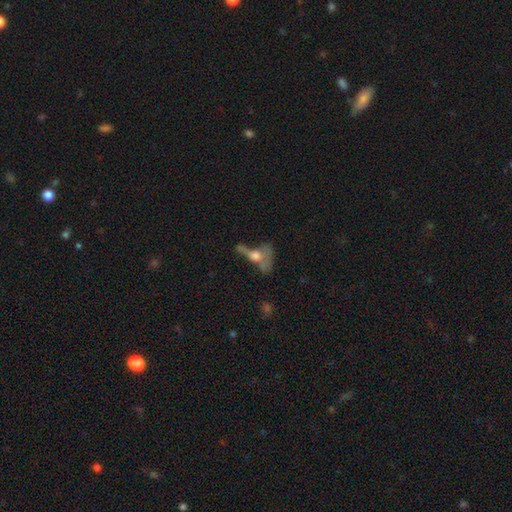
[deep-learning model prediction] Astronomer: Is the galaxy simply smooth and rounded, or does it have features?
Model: smooth — 46% (runner-up: featured or disk, 39%).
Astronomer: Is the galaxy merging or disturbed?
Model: major disturbance — 39% (runner-up: merger, 29%).